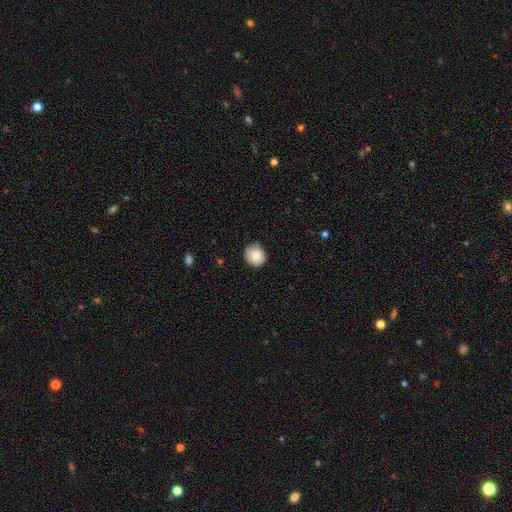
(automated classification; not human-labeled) smooth 84%, star or artifact 8%, featured or disk 8%. Down the decision tree: how rounded — round (89%); merging — none (84%).